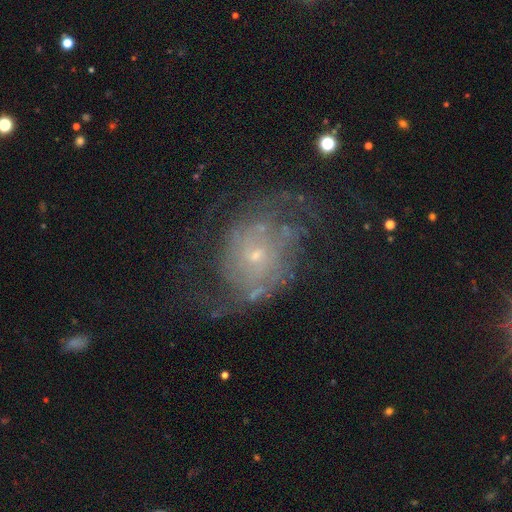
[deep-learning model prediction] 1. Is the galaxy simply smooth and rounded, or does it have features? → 79% featured or disk, 11% smooth, 9% star or artifact.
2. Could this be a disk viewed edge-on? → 97% no, 3% yes.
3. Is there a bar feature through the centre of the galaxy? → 72% no, 24% weak, 4% strong.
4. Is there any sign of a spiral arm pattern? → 89% yes, 11% no.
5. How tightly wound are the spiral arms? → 42% medium, 36% tight, 22% loose.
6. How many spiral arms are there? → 48% 2, 27% can't tell, 10% 3, 5% 4, 5% 1, 4% more than 4.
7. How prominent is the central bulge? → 74% small, 20% moderate, 3% none, 2% large, 1% dominant.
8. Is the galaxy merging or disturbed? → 59% none, 20% major disturbance, 19% minor disturbance, 2% merger.